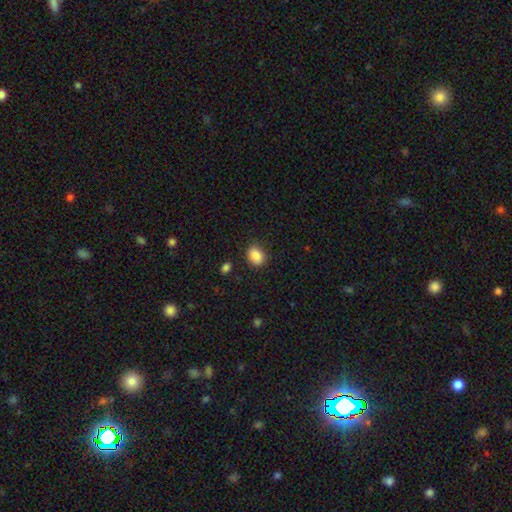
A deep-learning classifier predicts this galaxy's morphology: Smooth or featured? Predicted: smooth (p=0.87). How rounded? Predicted: in between (p=0.62). Merging? Predicted: none (p=0.83).